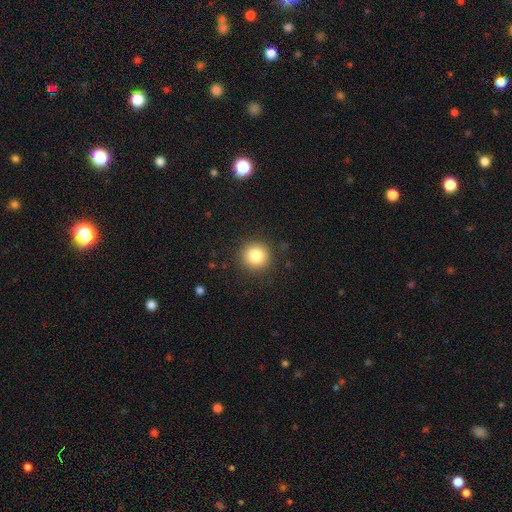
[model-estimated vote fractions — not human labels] This is clearly a smooth galaxy (82%). How rounded: clearly round (94%). Merging: clearly none (90%).